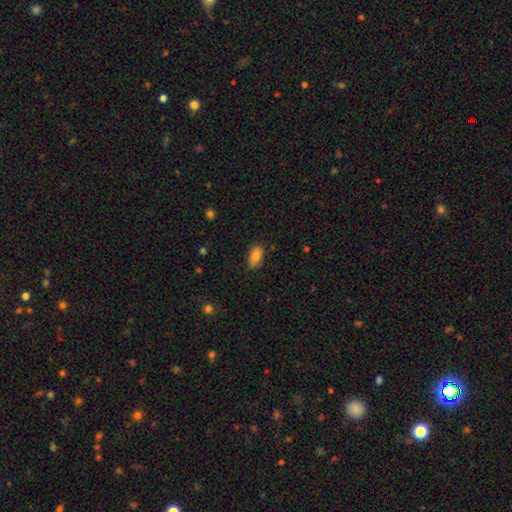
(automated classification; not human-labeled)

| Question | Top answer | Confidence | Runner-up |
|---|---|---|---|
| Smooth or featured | smooth | 84% | star or artifact (8%) |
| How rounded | in between | 91% | round (5%) |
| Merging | none | 78% | minor disturbance (18%) |